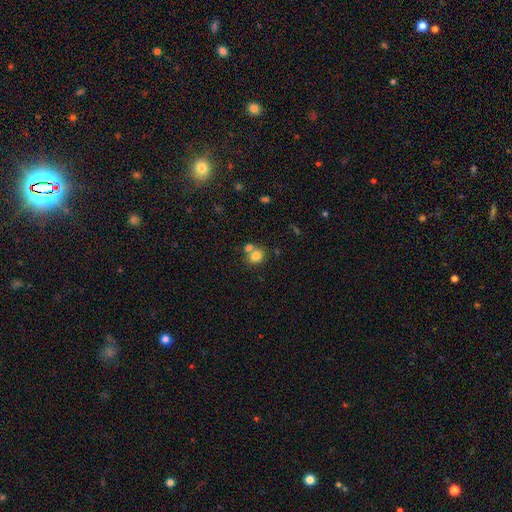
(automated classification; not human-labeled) smooth-or-featured: smooth: 80% | star or artifact: 10% | featured or disk: 10%
  how-rounded: round: 67% | in between: 32% | cigar-shaped: 1%
  merging: none: 50% | merger: 37% | minor disturbance: 10% | major disturbance: 4%